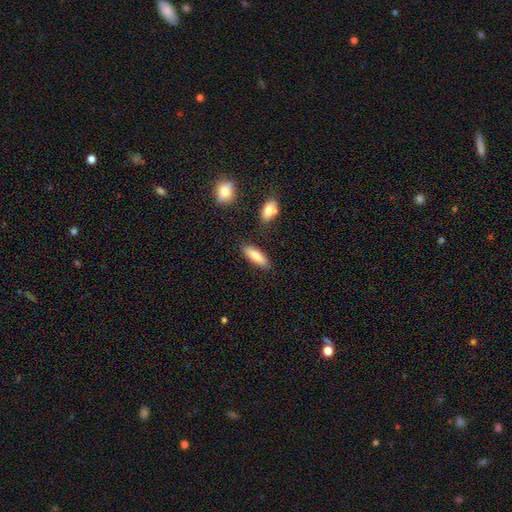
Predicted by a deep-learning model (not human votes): This appears to be a smooth galaxy with no disk features (83%) that is in between round and cigar-shaped (61%). Merging: none (84%).